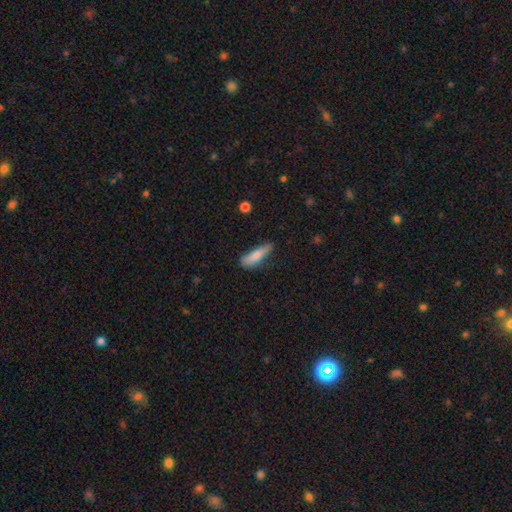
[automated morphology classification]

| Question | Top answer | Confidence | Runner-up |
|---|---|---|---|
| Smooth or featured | smooth | 76% | featured or disk (17%) |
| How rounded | cigar-shaped | 63% | in between (35%) |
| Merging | none | 65% | minor disturbance (27%) |